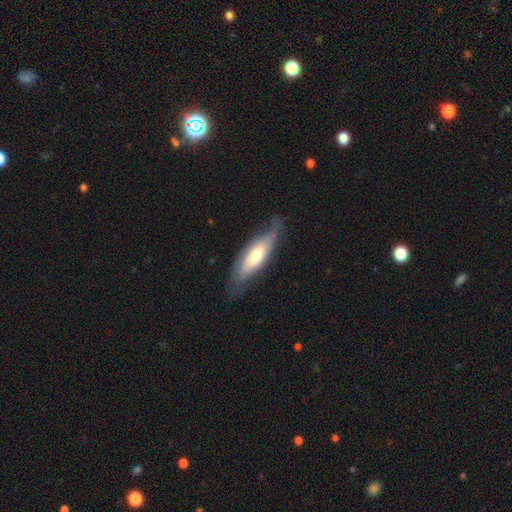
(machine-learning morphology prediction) Smooth or featured? smooth (49%)
Merging? none (68%)